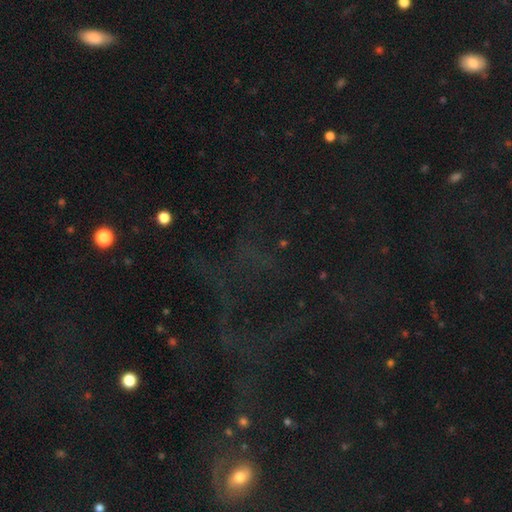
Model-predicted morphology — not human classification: star or artifact 71%, smooth 17%, featured or disk 12%.